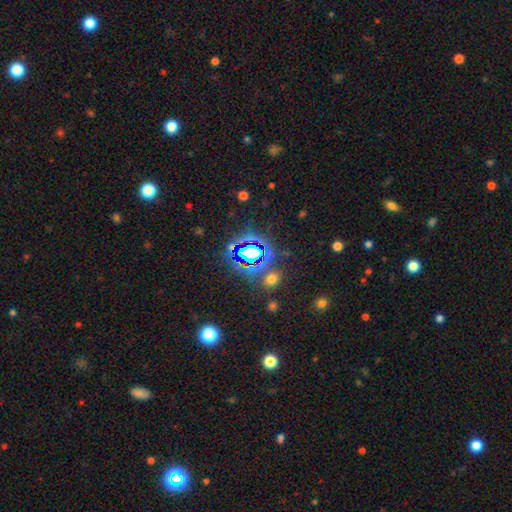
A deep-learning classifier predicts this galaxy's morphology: smooth-or-featured: star or artifact: 77% | smooth: 14% | featured or disk: 9%